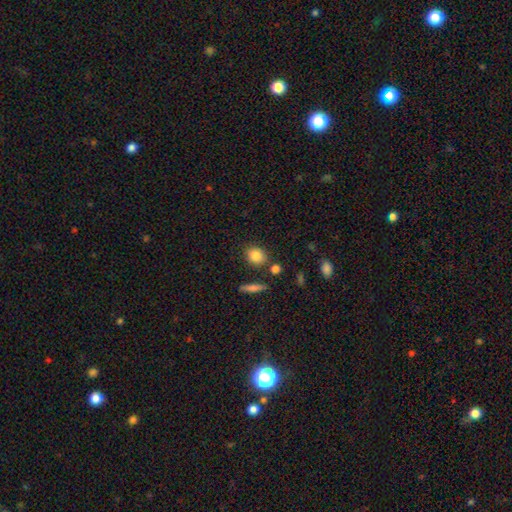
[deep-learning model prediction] smooth-or-featured: smooth: 84% | star or artifact: 9% | featured or disk: 7%
  how-rounded: round: 62% | in between: 36% | cigar-shaped: 3%
  merging: none: 79% | minor disturbance: 11% | merger: 7% | major disturbance: 3%